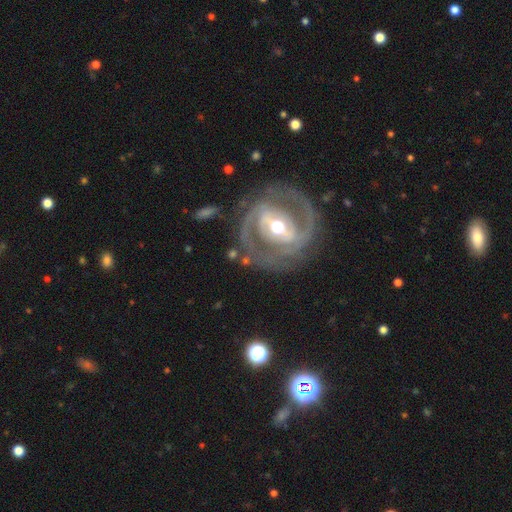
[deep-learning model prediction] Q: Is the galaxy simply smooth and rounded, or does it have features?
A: featured or disk — 89%.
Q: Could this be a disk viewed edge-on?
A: no — 96%.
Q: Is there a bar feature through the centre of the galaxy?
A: strong — 57%.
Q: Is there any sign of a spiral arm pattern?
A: yes — 93%.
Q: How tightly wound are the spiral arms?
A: tight — 49%.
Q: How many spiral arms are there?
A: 2 — 78%.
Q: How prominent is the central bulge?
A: moderate — 61%.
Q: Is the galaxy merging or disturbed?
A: none — 76%.